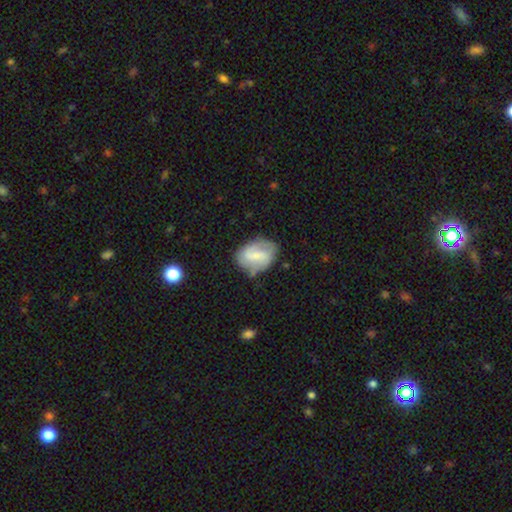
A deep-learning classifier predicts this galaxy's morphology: The model was most divided on "bulge size": small: 50%, moderate: 27%, none: 19%, large: 3%, dominant: 1%. More confident: edge-on disk — no (97%); spiral arms — yes (84%); merging — none (64%); smooth or featured — featured or disk (59%); bar — weak (52%).